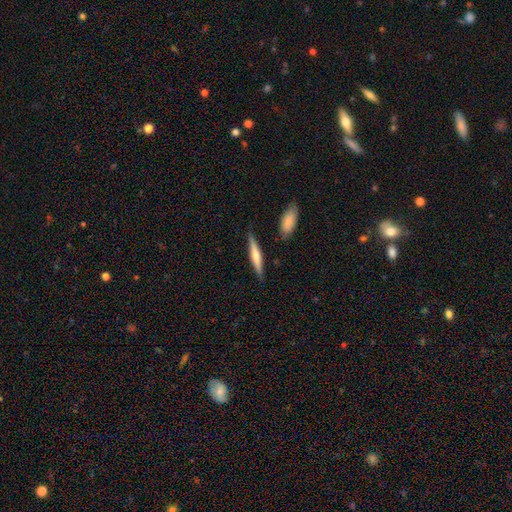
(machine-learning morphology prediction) Smooth or featured? Predicted: smooth (p=0.54). How rounded? Predicted: cigar-shaped (p=0.88). Merging? Predicted: none (p=0.84).